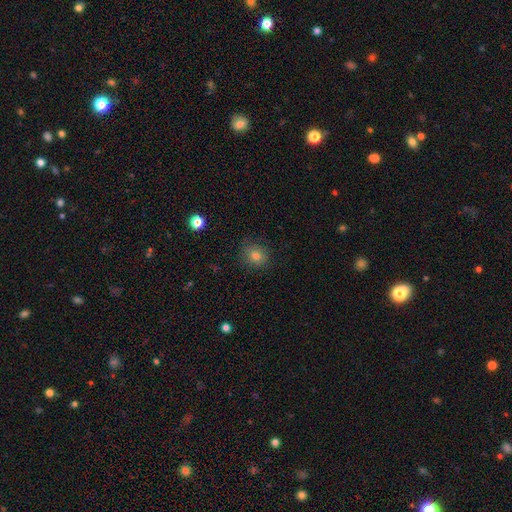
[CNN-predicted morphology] Overall: smooth (75%). How rounded: round (79%). Merging: none (83%).